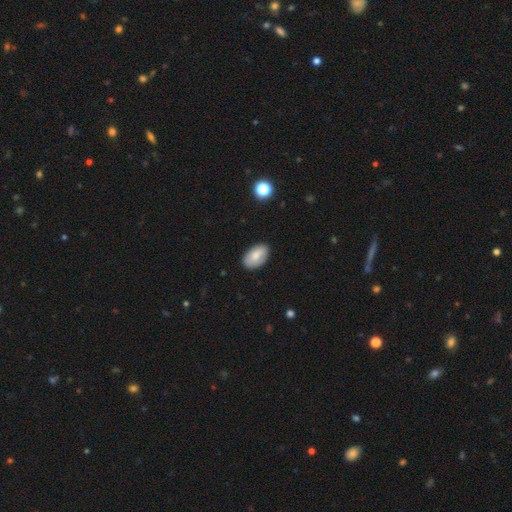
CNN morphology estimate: This is likely a smooth galaxy (76%). How rounded: clearly in between (93%). Merging: clearly none (82%).